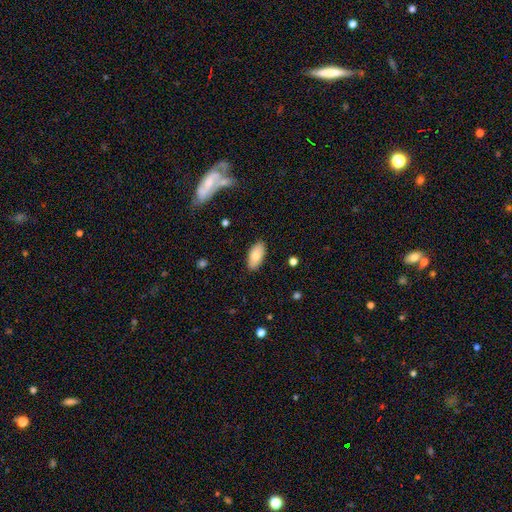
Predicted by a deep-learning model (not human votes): Q: Smooth or featured?
A: smooth (78%); runner-up: featured or disk (15%)
Q: How rounded?
A: in between (92%); runner-up: cigar-shaped (5%)
Q: Merging?
A: none (88%); runner-up: minor disturbance (9%)